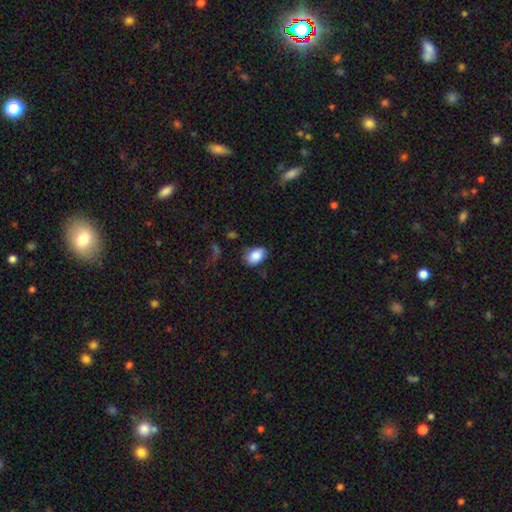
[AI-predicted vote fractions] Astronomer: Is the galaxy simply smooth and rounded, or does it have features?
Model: smooth — 87%.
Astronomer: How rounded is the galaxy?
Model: in between — 86%.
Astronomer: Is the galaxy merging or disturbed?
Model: none — 69%.